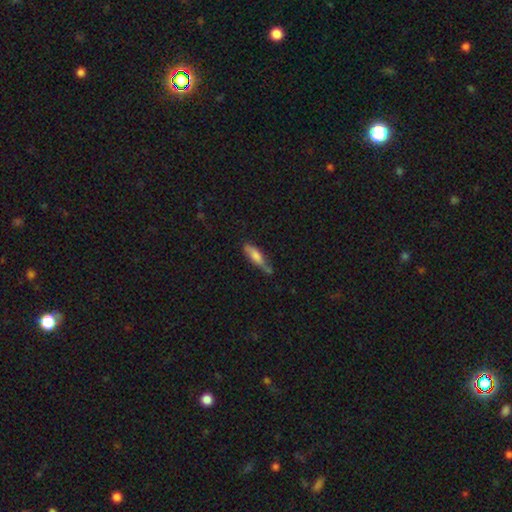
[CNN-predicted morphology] This appears to be a smooth galaxy with no disk features (67%) that is cigar-shaped (62%). Merging: none (56%).